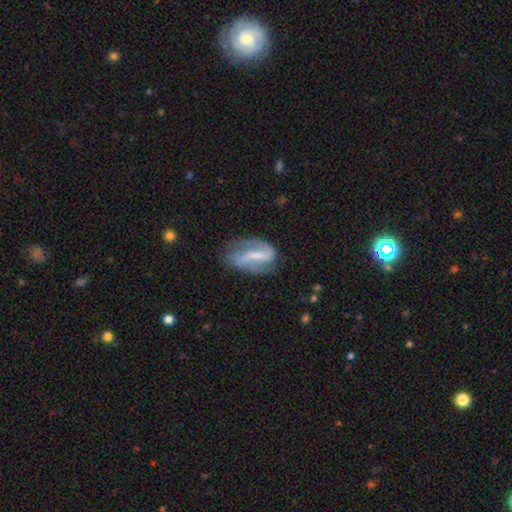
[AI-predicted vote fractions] Q: Smooth or featured?
A: featured or disk (77%); runner-up: smooth (17%)
Q: Edge-on disk?
A: no (96%); runner-up: yes (4%)
Q: Bar?
A: strong (51%); runner-up: weak (36%)
Q: Spiral arms?
A: yes (90%); runner-up: no (10%)
Q: Spiral winding?
A: medium (43%); runner-up: loose (39%)
Q: Spiral arm count?
A: 2 (82%); runner-up: 1 (7%)
Q: Bulge size?
A: small (37%); runner-up: none (30%)
Q: Merging?
A: none (60%); runner-up: minor disturbance (24%)